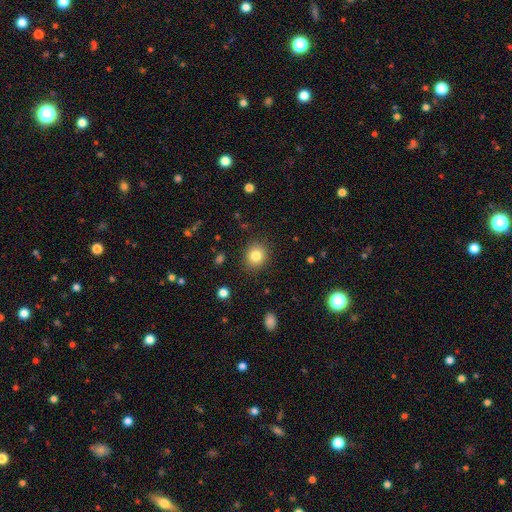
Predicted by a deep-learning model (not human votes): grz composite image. It shows a smooth galaxy with no disk features (82%) that is round (77%). Merging: none (89%).